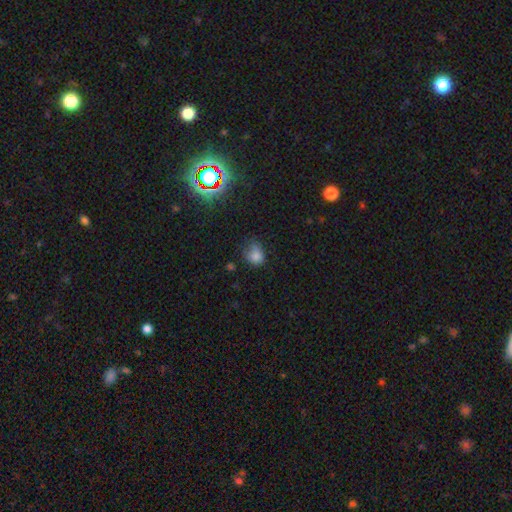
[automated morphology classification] Smooth or featured: smooth — 77% (star or artifact — 13%)
How rounded: round — 50% (in between — 49%)
Merging: none — 40% (minor disturbance — 36%)